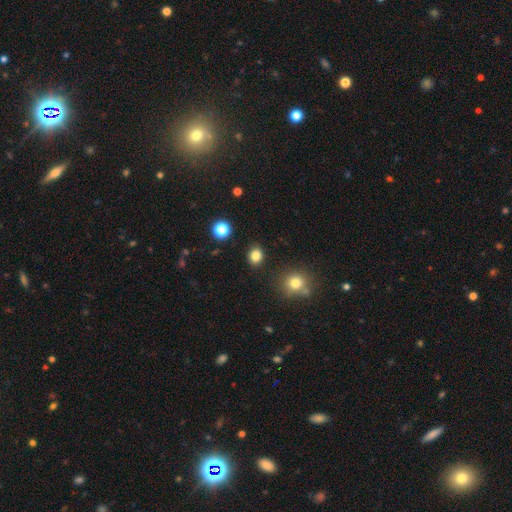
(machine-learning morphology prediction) A smooth galaxy with no disk features (83%) that is round (65%). Merging: none (89%).